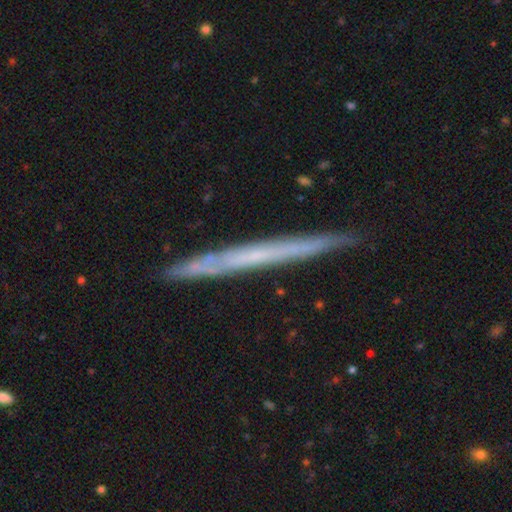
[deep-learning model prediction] Smooth or featured: featured or disk — 59% (smooth — 34%)
Edge-on disk: yes — 96% (no — 4%)
Edge-on bulge: none — 91% (rounded — 7%)
Merging: none — 89% (minor disturbance — 9%)